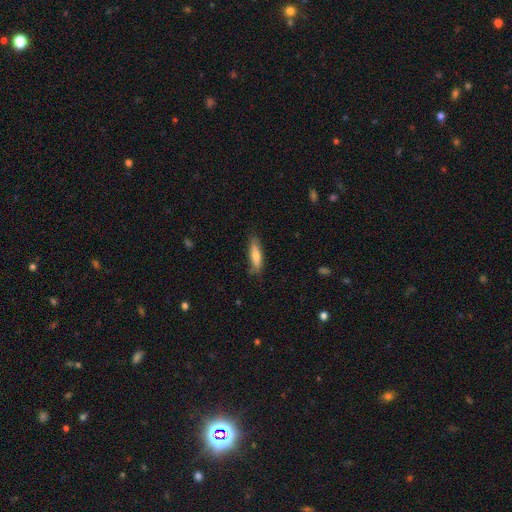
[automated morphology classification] smooth-or-featured: smooth: 67% | featured or disk: 27% | star or artifact: 6%
  how-rounded: cigar-shaped: 68% | in between: 30% | round: 2%
  merging: none: 77% | minor disturbance: 18% | major disturbance: 3% | merger: 1%